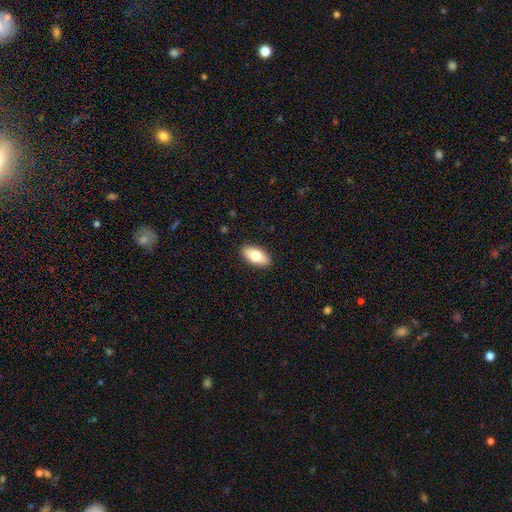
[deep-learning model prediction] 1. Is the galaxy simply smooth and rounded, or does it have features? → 76% smooth, 18% featured or disk, 6% star or artifact.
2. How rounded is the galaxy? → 91% in between, 6% cigar-shaped, 3% round.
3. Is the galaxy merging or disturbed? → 89% none, 8% minor disturbance, 2% major disturbance, 1% merger.